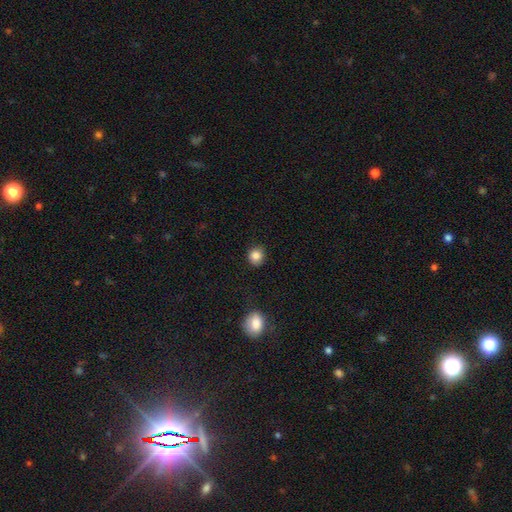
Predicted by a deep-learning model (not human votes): smooth 85%, star or artifact 10%, featured or disk 5%. Down the decision tree: how rounded — round (85%); merging — none (88%).